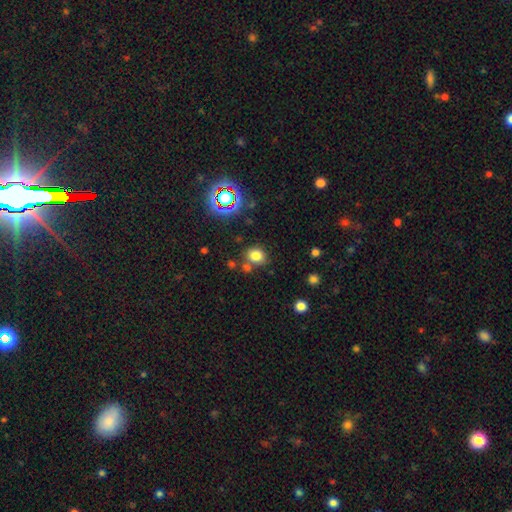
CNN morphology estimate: type=smooth (76%); roundness=round (63%); merging=none (71%).